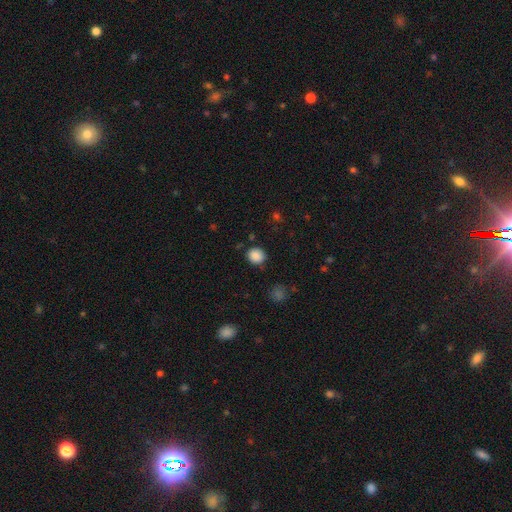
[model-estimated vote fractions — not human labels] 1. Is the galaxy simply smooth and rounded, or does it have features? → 87% smooth, 10% star or artifact, 3% featured or disk.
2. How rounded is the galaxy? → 83% round, 16% in between, 1% cigar-shaped.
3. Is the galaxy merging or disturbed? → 85% none, 10% minor disturbance, 3% major disturbance, 2% merger.